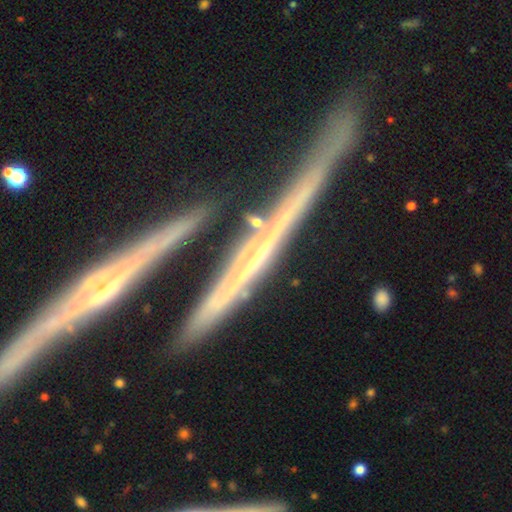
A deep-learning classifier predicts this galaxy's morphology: Smooth or featured: featured or disk — 81% (smooth — 10%)
Edge-on disk: yes — 95% (no — 5%)
Edge-on bulge: rounded — 48% (none — 39%)
Merging: none — 70% (minor disturbance — 14%)